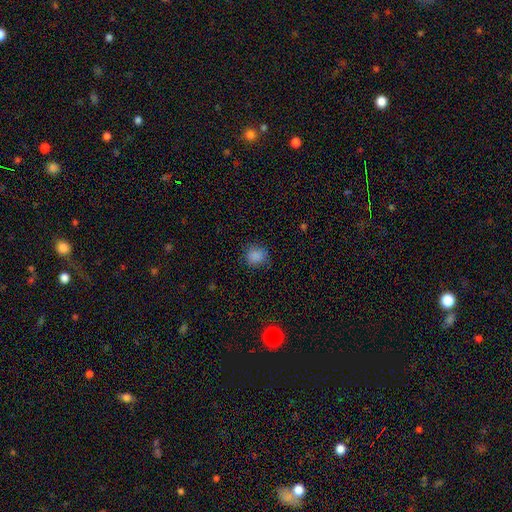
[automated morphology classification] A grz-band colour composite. It shows a smooth galaxy with no disk features (86%) that is round (80%). Merging: none (82%).